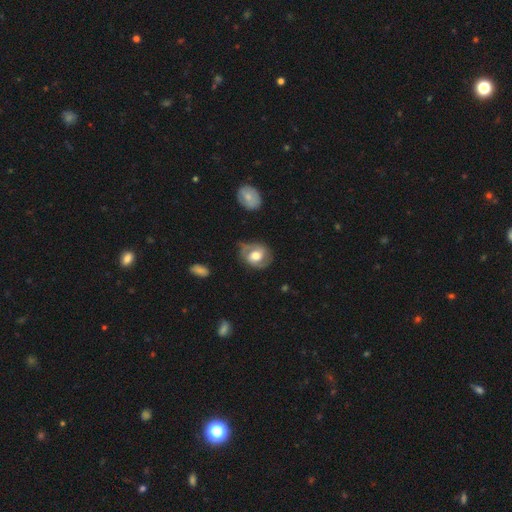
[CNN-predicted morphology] Smooth or featured?
  - featured or disk: 53% *
  - smooth: 41%
  - star or artifact: 6%
Edge-on disk?
  - no: 96% *
  - yes: 4%
Bar?
  - no: 55% *
  - weak: 35%
  - strong: 10%
Spiral arms?
  - yes: 72% *
  - no: 28%
Bulge size?
  - moderate: 51% *
  - large: 38%
  - small: 6%
  - dominant: 3%
  - none: 1%
Merging?
  - none: 62% *
  - minor disturbance: 25%
  - major disturbance: 11%
  - merger: 2%